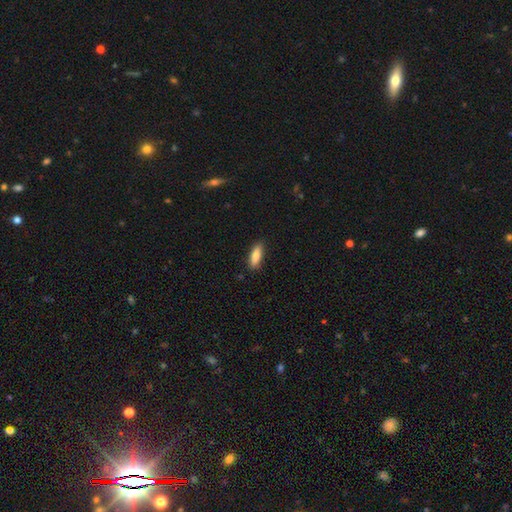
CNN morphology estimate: Q: Smooth or featured?
A: smooth (83%); runner-up: featured or disk (11%)
Q: How rounded?
A: in between (59%); runner-up: cigar-shaped (39%)
Q: Merging?
A: none (86%); runner-up: minor disturbance (11%)